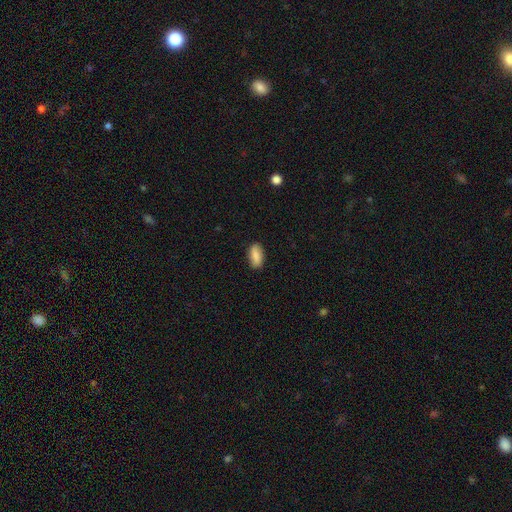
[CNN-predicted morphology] type=smooth (85%); roundness=in between (87%); merging=none (86%).